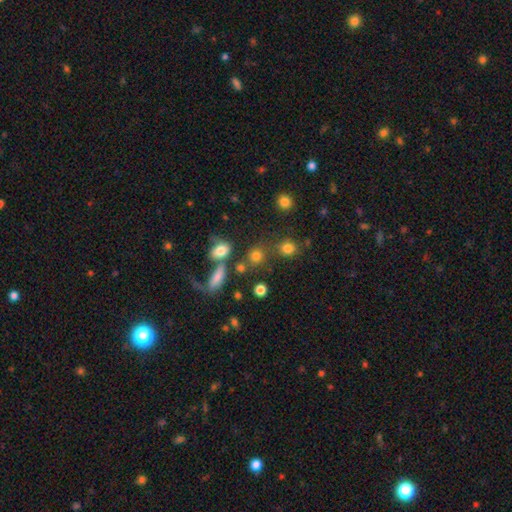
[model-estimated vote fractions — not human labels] Smooth or featured? Predicted: smooth (p=0.77). How rounded? Predicted: round (p=0.76). Merging? Predicted: none (p=0.59).